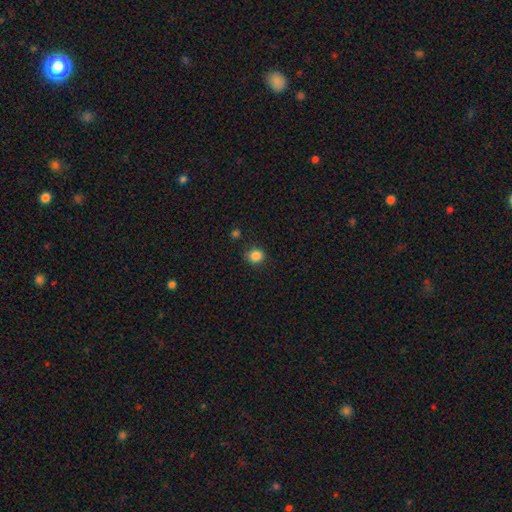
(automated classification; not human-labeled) Smooth or featured? Predicted: smooth (p=0.86). How rounded? Predicted: round (p=0.79). Merging? Predicted: none (p=0.86).